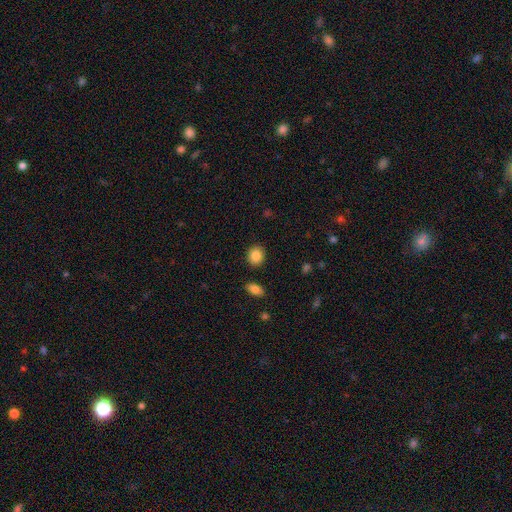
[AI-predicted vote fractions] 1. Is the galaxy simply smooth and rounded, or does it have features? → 87% smooth, 8% star or artifact, 5% featured or disk.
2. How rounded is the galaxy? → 67% round, 32% in between, 1% cigar-shaped.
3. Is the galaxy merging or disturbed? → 89% none, 7% minor disturbance, 2% major disturbance, 2% merger.